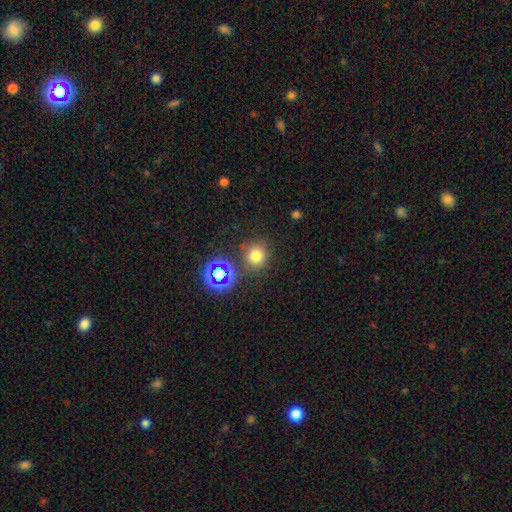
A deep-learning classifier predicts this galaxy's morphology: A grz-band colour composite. It shows a smooth galaxy with no disk features (70%) that is round (89%). Merging: none (79%).